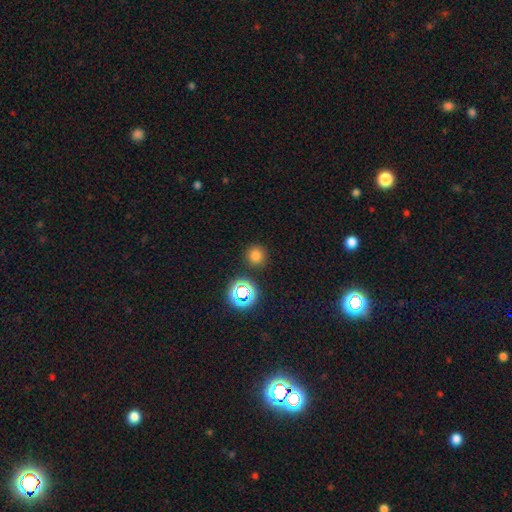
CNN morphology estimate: This is likely a smooth galaxy (74%). How rounded: clearly round (93%). Merging: clearly none (88%).